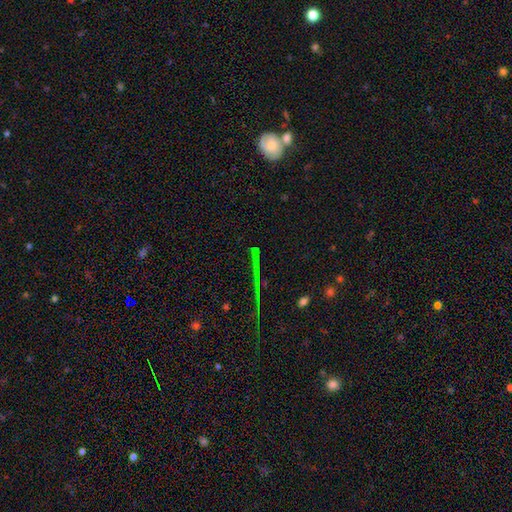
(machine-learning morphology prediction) The model was most divided on "smooth or featured": star or artifact: 74%, featured or disk: 14%, smooth: 12%.